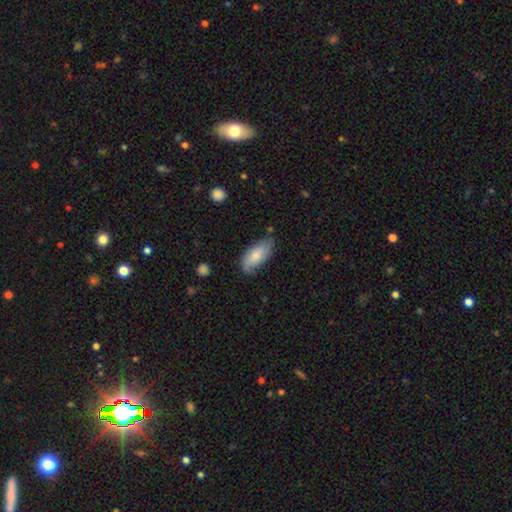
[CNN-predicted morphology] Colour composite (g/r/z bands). It shows a smooth galaxy with no disk features (73%) that is in between round and cigar-shaped (89%). Merging: none (71%).